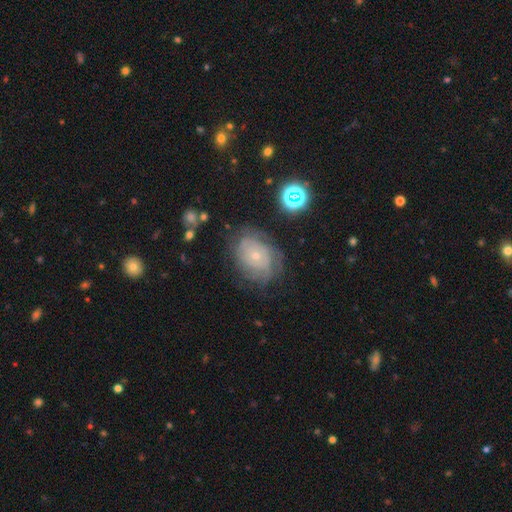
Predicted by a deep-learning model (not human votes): featured or disk 65%, smooth 23%, star or artifact 11%. Down the decision tree: edge-on disk — no (96%); bar — no (84%); spiral arms — yes (83%); spiral arm count — can't tell (57%); spiral winding — tight (66%); bulge size — small (74%); merging — none (67%).